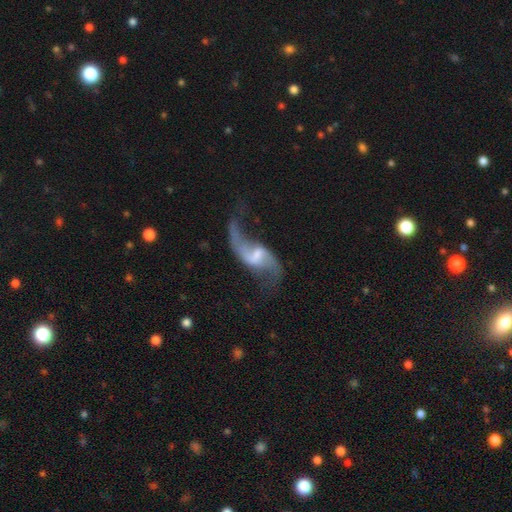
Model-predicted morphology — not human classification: Overall: featured or disk (88%). Edge-on disk: no (96%). Bar: weak (54%; strong 25%). Spiral arms: yes (95%). Spiral arm count: 2 (90%). Spiral winding: loose (89%). Bulge size: small (43%; moderate 29%). Merging: none (61%).